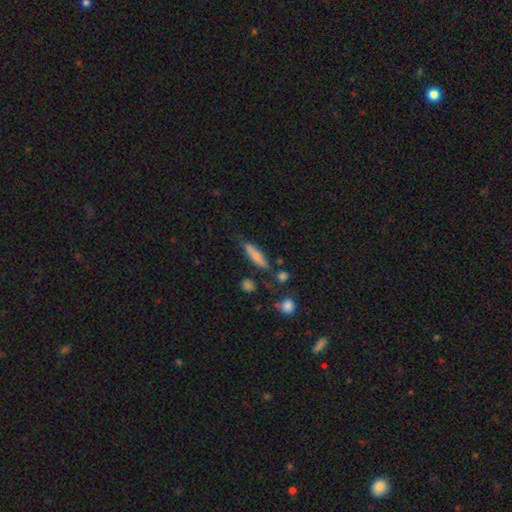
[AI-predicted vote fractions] The model was most divided on "smooth or featured": smooth: 73%, featured or disk: 19%, star or artifact: 7%. More confident: how rounded — cigar-shaped (82%); merging — none (72%).